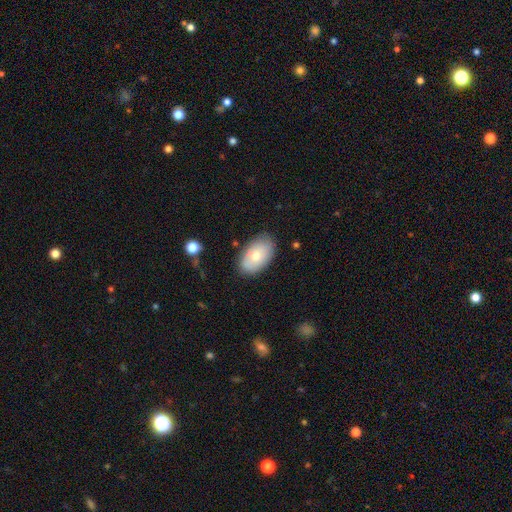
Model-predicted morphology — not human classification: Smooth or featured: smooth — 69% (featured or disk — 25%)
How rounded: in between — 92% (round — 7%)
Merging: none — 82% (minor disturbance — 14%)